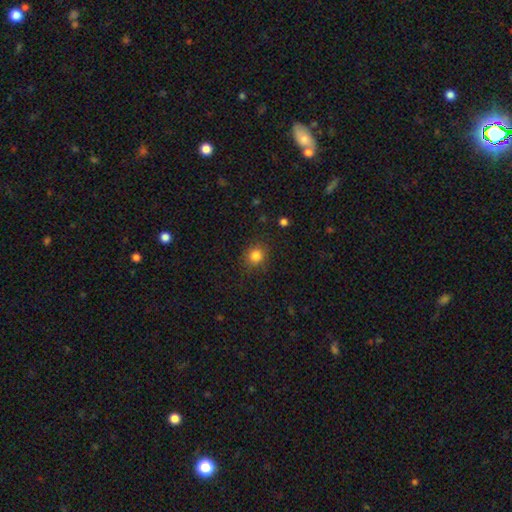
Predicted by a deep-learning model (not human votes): Smooth or featured? smooth (83%)
How rounded? round (84%)
Merging? none (85%)